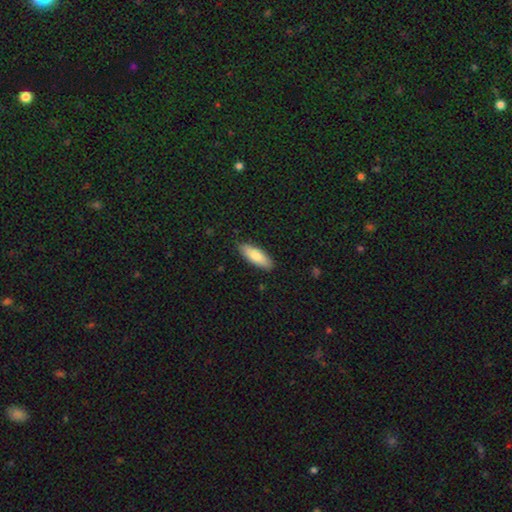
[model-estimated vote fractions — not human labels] A smooth galaxy with no disk features (77%) that is in between round and cigar-shaped (68%). Merging: none (88%).